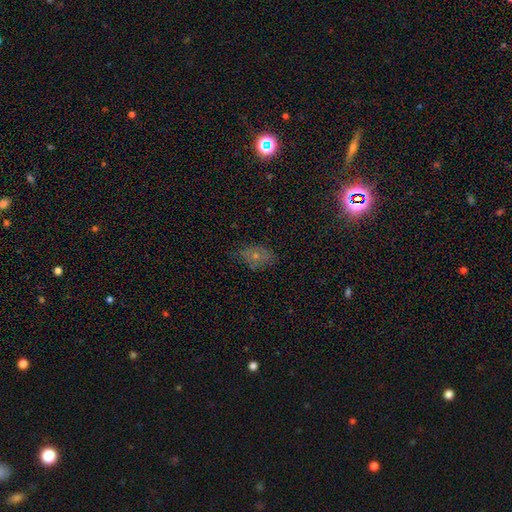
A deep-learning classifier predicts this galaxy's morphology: This is possibly a smooth galaxy (55%). How rounded: likely in between (78%). Merging: likely none (67%).